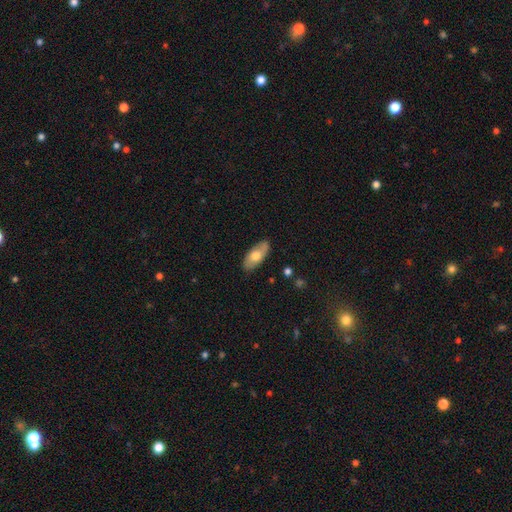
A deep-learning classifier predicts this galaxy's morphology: This is likely a smooth galaxy (66%). How rounded: clearly in between (88%). Merging: clearly none (85%).